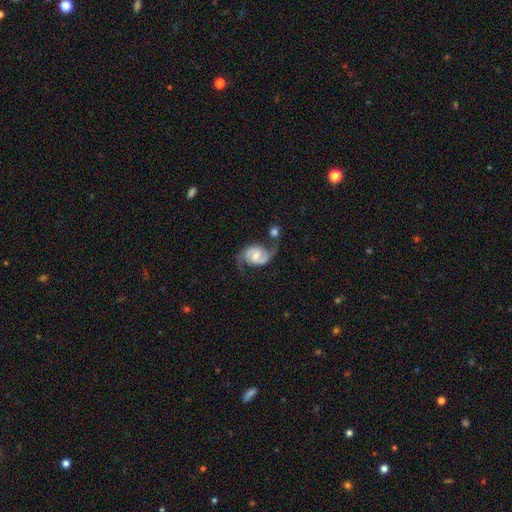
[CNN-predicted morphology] Overall: featured or disk (85%). Edge-on disk: no (98%). Bar: weak (49%; no 35%). Spiral arms: yes (96%). Spiral arm count: 2 (92%). Spiral winding: medium (49%; loose 33%). Bulge size: moderate (48%; small 39%). Merging: none (59%).